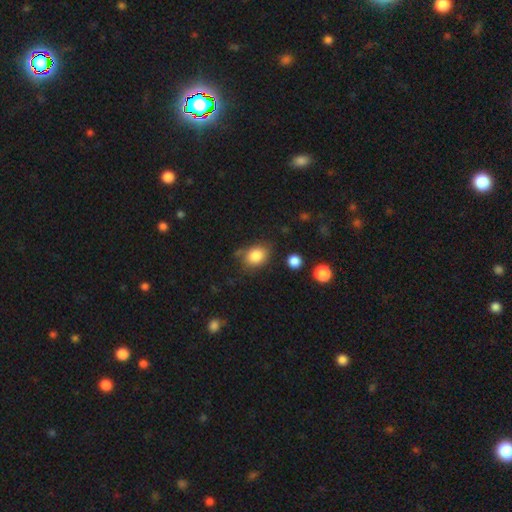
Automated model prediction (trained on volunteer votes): A smooth galaxy with no disk features (83%) that is in between round and cigar-shaped (61%).

Vote fractions:
- Smooth or featured? smooth: 83% / star or artifact: 9% / featured or disk: 8%
- How rounded? in between: 61% / round: 38% / cigar-shaped: 1%
- Merging? none: 68% / minor disturbance: 21% / major disturbance: 6% / merger: 5%